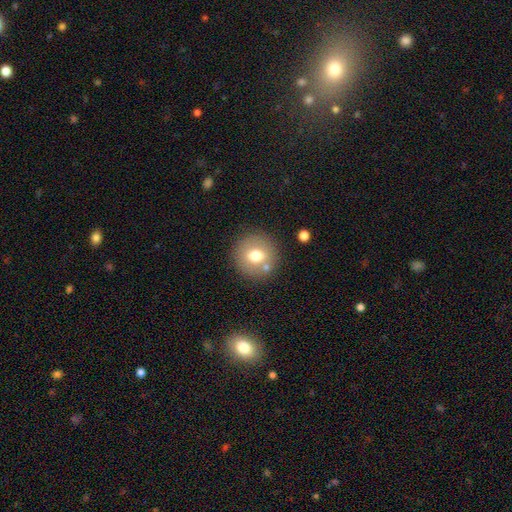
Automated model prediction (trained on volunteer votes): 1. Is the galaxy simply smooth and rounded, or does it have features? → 70% smooth, 20% featured or disk, 11% star or artifact.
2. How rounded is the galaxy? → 93% round, 6% in between, 1% cigar-shaped.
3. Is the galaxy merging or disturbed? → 81% none, 9% minor disturbance, 7% merger, 3% major disturbance.